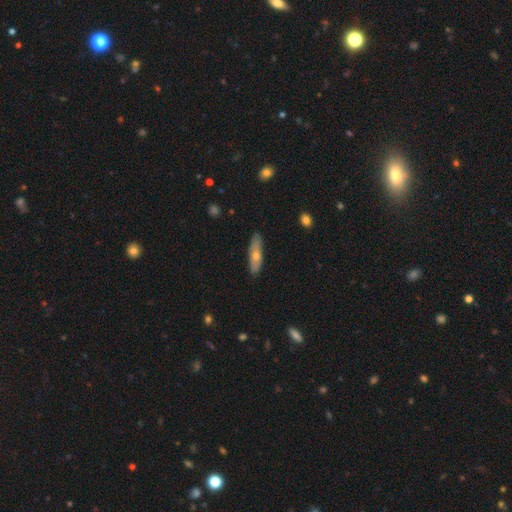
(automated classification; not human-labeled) This appears to be a smooth galaxy with no disk features (50%). Merging: none (86%).